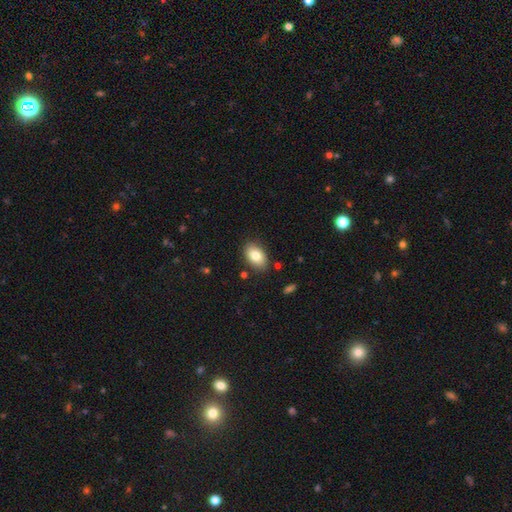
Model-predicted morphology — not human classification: The model was most divided on "smooth or featured": smooth: 81%, featured or disk: 12%, star or artifact: 8%. More confident: how rounded — in between (89%); merging — none (85%).